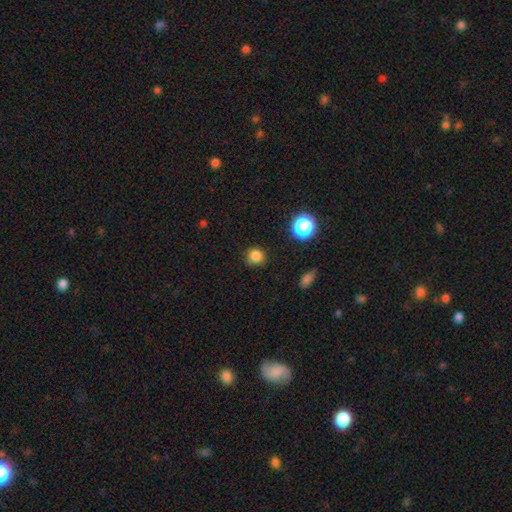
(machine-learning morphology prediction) A smooth galaxy with no disk features (82%) that is round (89%).

Vote fractions:
- Smooth or featured? smooth: 82% / star or artifact: 14% / featured or disk: 4%
- How rounded? round: 89% / in between: 10% / cigar-shaped: 1%
- Merging? none: 86% / minor disturbance: 10% / major disturbance: 3% / merger: 2%